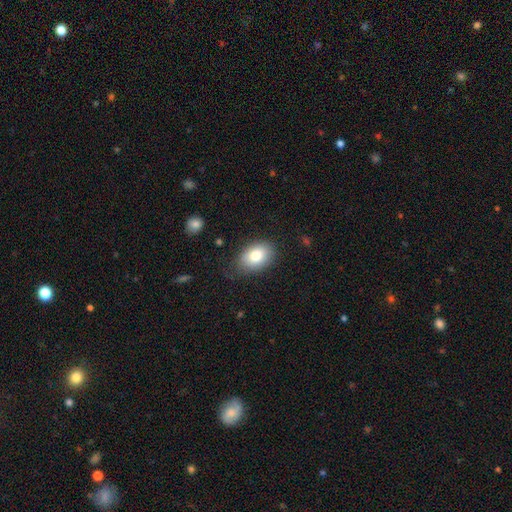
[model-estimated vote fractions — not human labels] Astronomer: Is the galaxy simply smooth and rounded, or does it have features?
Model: smooth — 81%.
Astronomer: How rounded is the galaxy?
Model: in between — 83%.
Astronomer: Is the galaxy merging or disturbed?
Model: none — 74%.